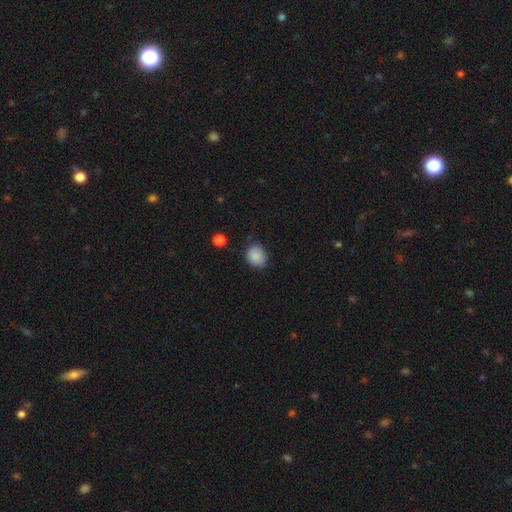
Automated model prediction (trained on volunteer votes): This is clearly a smooth galaxy (87%). How rounded: possibly round (60%). Merging: likely none (77%).